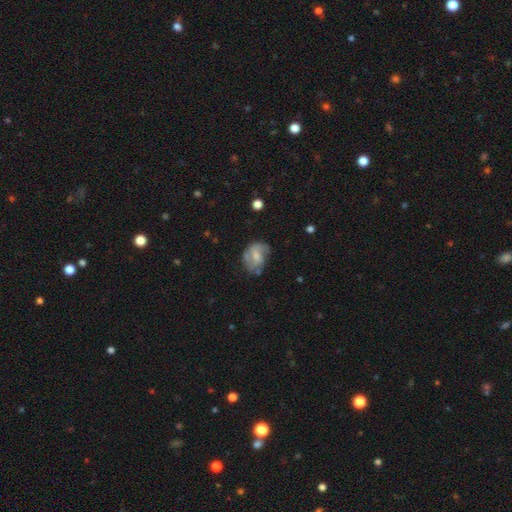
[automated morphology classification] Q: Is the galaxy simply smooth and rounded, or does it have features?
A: featured or disk — 49%.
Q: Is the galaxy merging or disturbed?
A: none — 47%.